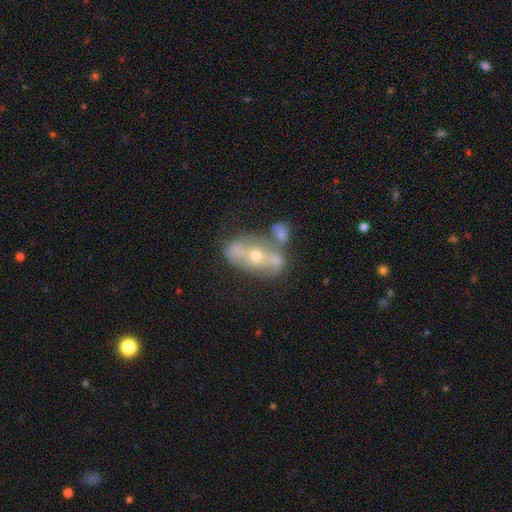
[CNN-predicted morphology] A featured or disk galaxy (72%) with no bar (39%, tied with strong), no spiral arms (53%) and a moderate central bulge (54%). Merging: none (43%).